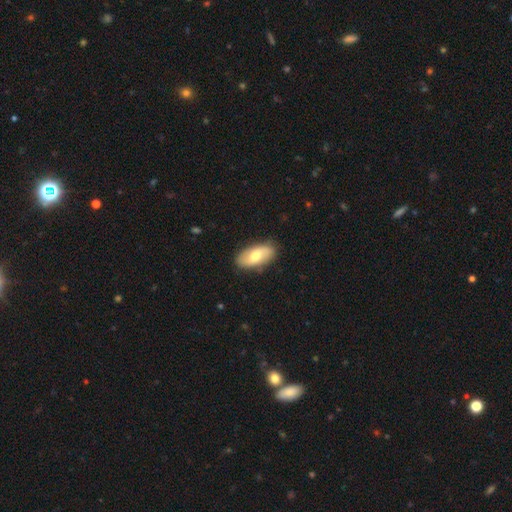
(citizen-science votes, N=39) A smooth galaxy with no disk features (67%) that is in between round and cigar-shaped (92%).

Vote fractions:
- Smooth or featured? smooth: 67% / featured or disk: 28% / star or artifact: 5%
- How rounded? in between: 92% / round: 8% / cigar-shaped: 0%
- Merging? none: 70% / minor disturbance: 14% / major disturbance: 14% / merger: 3%